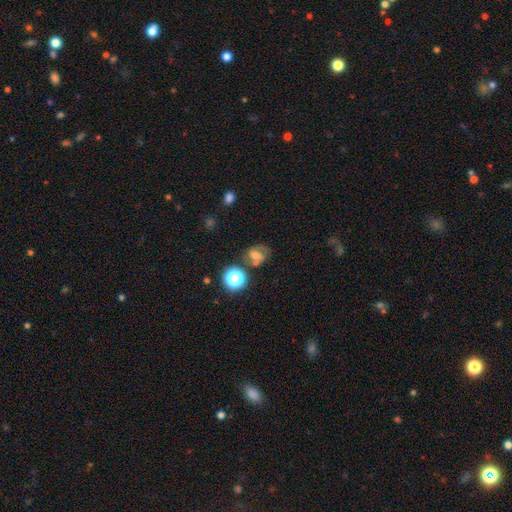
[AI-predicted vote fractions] Smooth or featured: smooth — 46% (featured or disk — 34%)
Merging: none — 56% (minor disturbance — 19%)